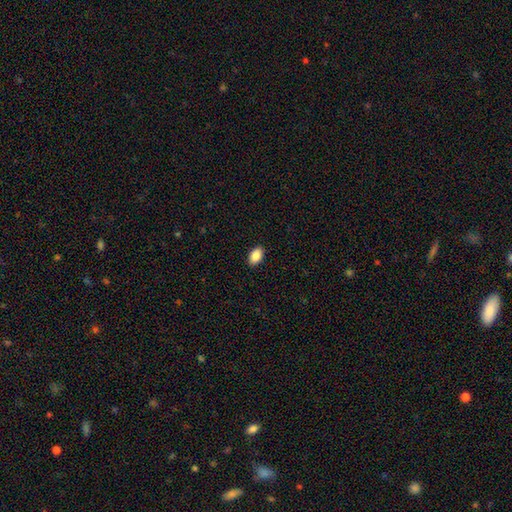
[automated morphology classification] smooth 87%, star or artifact 7%, featured or disk 5%. Down the decision tree: how rounded — in between (92%); merging — none (90%).